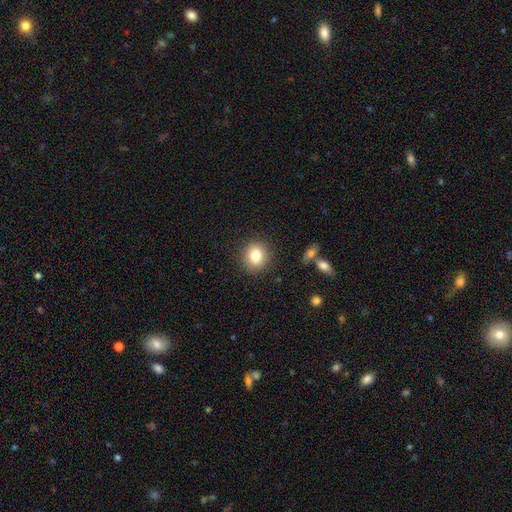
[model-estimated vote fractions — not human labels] This is clearly a smooth galaxy (81%). How rounded: likely round (77%). Merging: clearly none (89%).